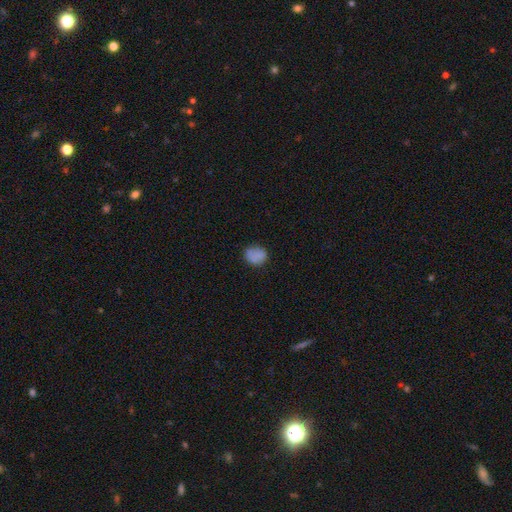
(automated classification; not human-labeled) The model was most divided on "how rounded": round: 70%, in between: 29%, cigar-shaped: 1%. More confident: smooth or featured — smooth (80%); merging — none (71%).